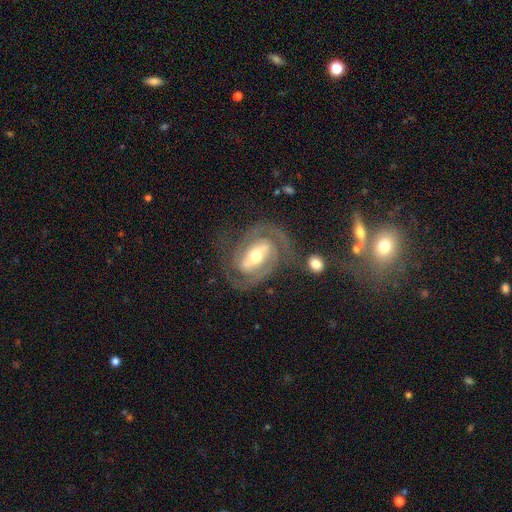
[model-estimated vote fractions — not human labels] The model was most divided on "spiral winding": tight: 53%, medium: 39%, loose: 9%. More confident: edge-on disk — no (96%); spiral arms — yes (95%); smooth or featured — featured or disk (88%); spiral arm count — 2 (83%); merging — none (68%); bulge size — moderate (63%); bar — strong (50%).